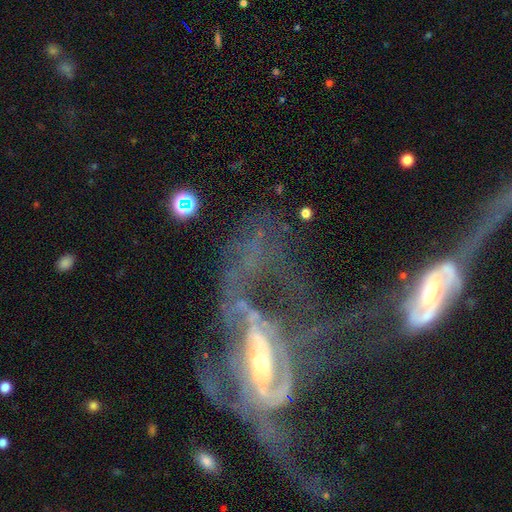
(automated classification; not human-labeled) Q: Smooth or featured?
A: featured or disk (75%); runner-up: star or artifact (13%)
Q: Edge-on disk?
A: no (90%); runner-up: yes (10%)
Q: Bar?
A: no (43%); runner-up: weak (29%)
Q: Spiral arms?
A: yes (67%); runner-up: no (33%)
Q: Bulge size?
A: moderate (45%); runner-up: small (44%)
Q: Merging?
A: major disturbance (42%); runner-up: merger (31%)